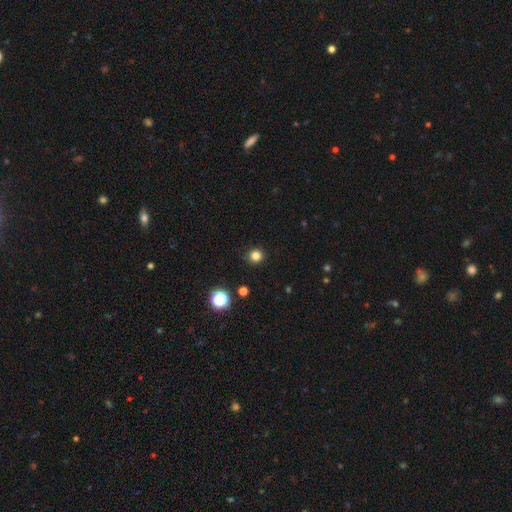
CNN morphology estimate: Smooth or featured: smooth — 81% (star or artifact — 15%)
How rounded: round — 93% (in between — 6%)
Merging: none — 91% (minor disturbance — 6%)